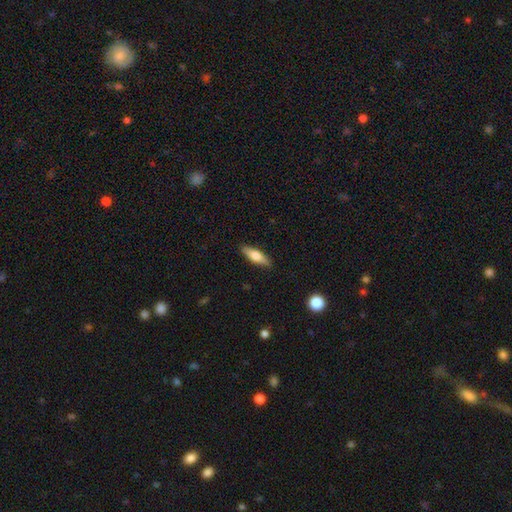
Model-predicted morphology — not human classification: smooth-or-featured: smooth: 60% | featured or disk: 34% | star or artifact: 6%
  how-rounded: cigar-shaped: 53% | in between: 45% | round: 2%
  merging: none: 88% | minor disturbance: 9% | major disturbance: 2% | merger: 1%